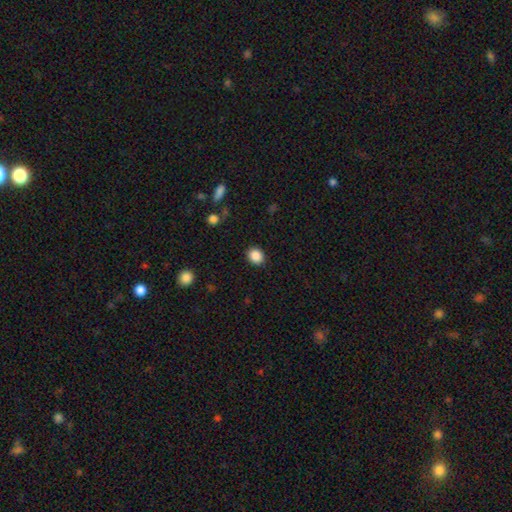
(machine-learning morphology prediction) Q: Smooth or featured?
A: smooth (87%); runner-up: star or artifact (9%)
Q: How rounded?
A: round (66%); runner-up: in between (34%)
Q: Merging?
A: none (89%); runner-up: minor disturbance (7%)